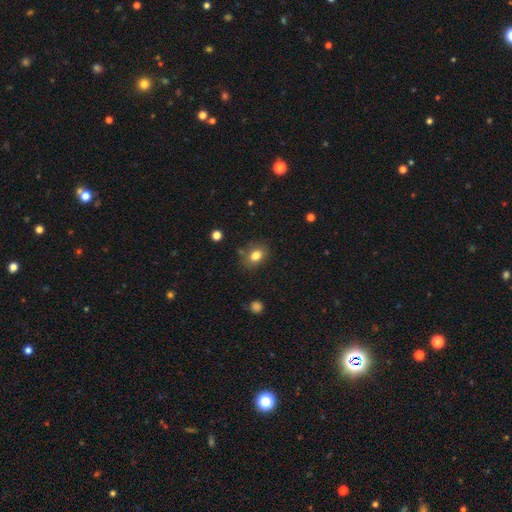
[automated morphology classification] Smooth or featured: smooth — 81% (star or artifact — 10%)
How rounded: in between — 61% (round — 38%)
Merging: none — 78% (minor disturbance — 15%)